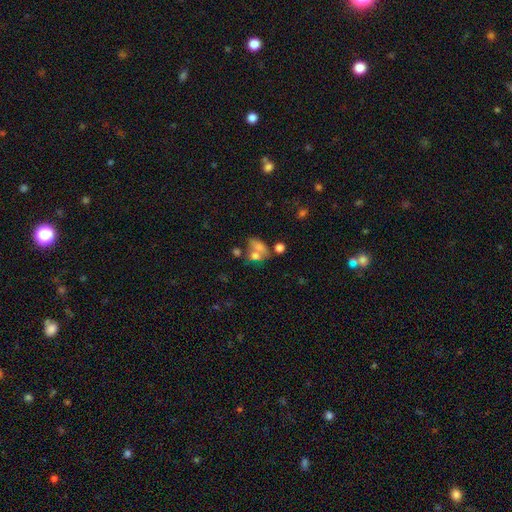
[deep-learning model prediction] Smooth or featured? Predicted: smooth (p=0.62). How rounded? Predicted: in between (p=0.72). Merging? Predicted: merger (p=0.52).